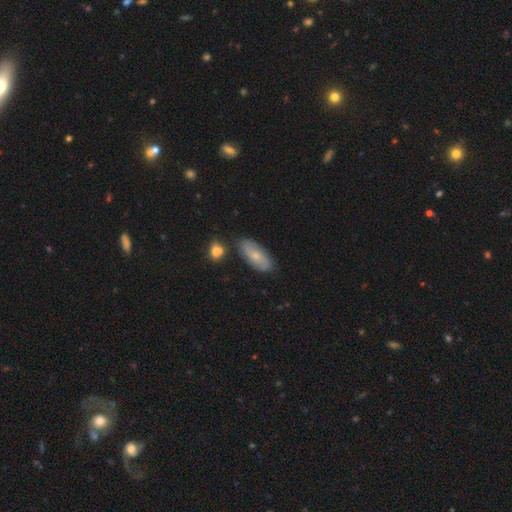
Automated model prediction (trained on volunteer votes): Smooth or featured: smooth — 47% (featured or disk — 46%)
Merging: none — 78% (minor disturbance — 13%)